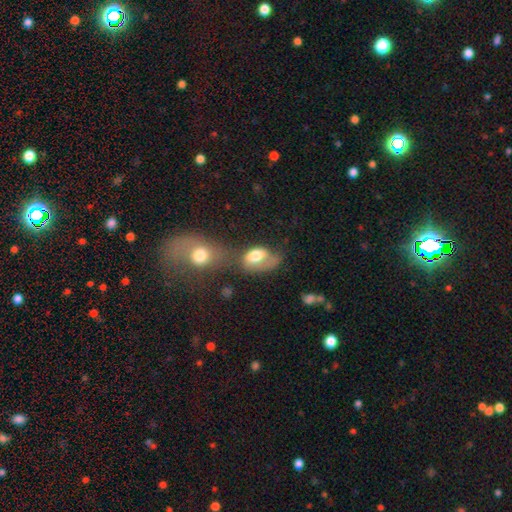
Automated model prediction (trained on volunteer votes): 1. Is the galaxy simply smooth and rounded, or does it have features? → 64% smooth, 28% featured or disk, 8% star or artifact.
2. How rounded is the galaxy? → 82% in between, 16% round, 2% cigar-shaped.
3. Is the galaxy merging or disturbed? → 36% merger, 26% major disturbance, 20% none, 17% minor disturbance.